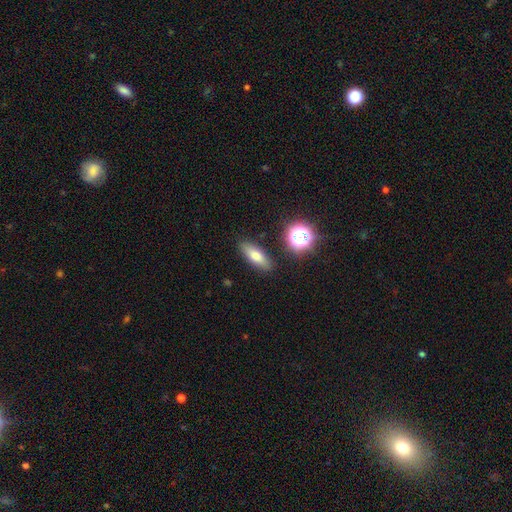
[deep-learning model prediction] smooth_or_featured: smooth (p=0.72) [alt: featured or disk p=0.17]
how_rounded: in between (p=0.60) [alt: cigar-shaped p=0.34]
merging: none (p=0.86) [alt: minor disturbance p=0.09]